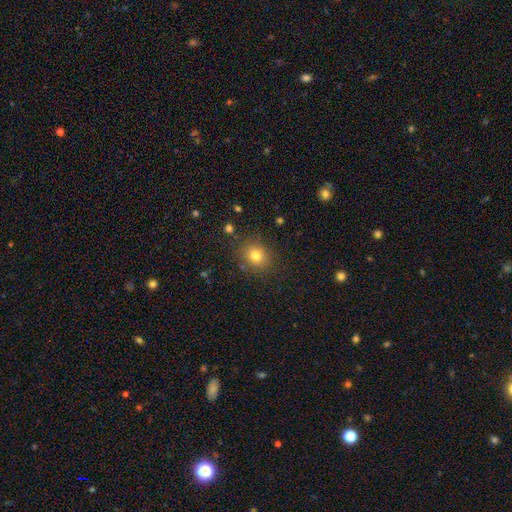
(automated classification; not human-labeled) Overall: smooth (78%). How rounded: round (72%). Merging: none (84%).